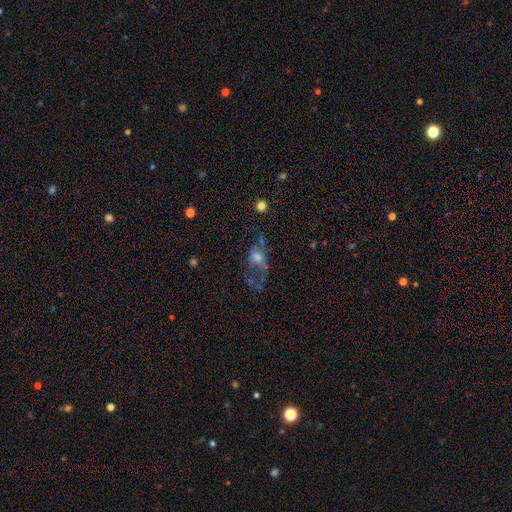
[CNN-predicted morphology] smooth-or-featured: featured or disk: 46% | smooth: 35% | star or artifact: 19%
  merging: major disturbance: 45% | none: 31% | minor disturbance: 16% | merger: 7%